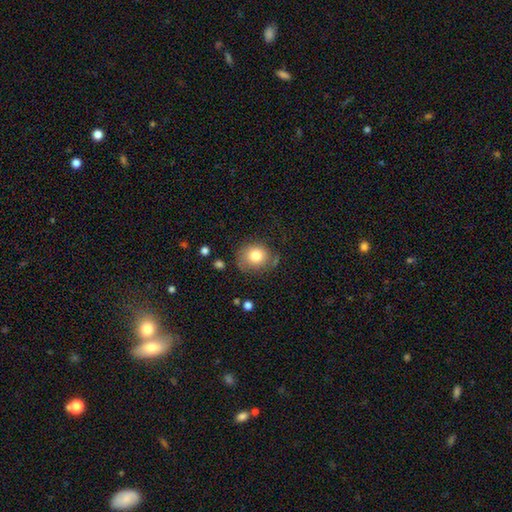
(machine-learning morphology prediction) This is likely a smooth galaxy (80%). How rounded: likely round (77%). Merging: likely none (71%).